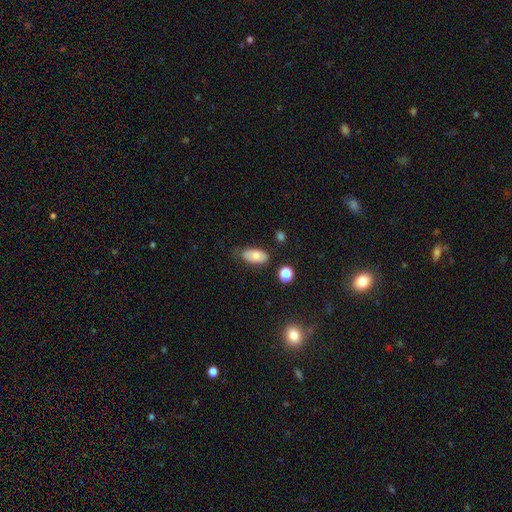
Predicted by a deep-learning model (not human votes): Smooth or featured?
  - smooth: 76% *
  - featured or disk: 16%
  - star or artifact: 8%
How rounded?
  - in between: 92% *
  - round: 4%
  - cigar-shaped: 3%
Merging?
  - none: 67% *
  - minor disturbance: 24%
  - major disturbance: 6%
  - merger: 4%